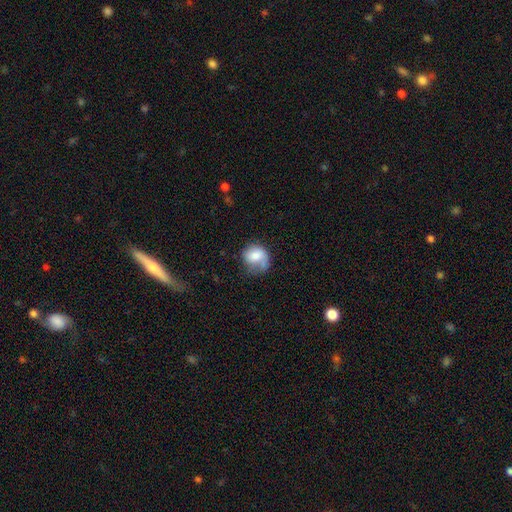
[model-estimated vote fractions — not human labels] smooth 68%, featured or disk 24%, star or artifact 8%. Down the decision tree: how rounded — round (68%); merging — none (43%).